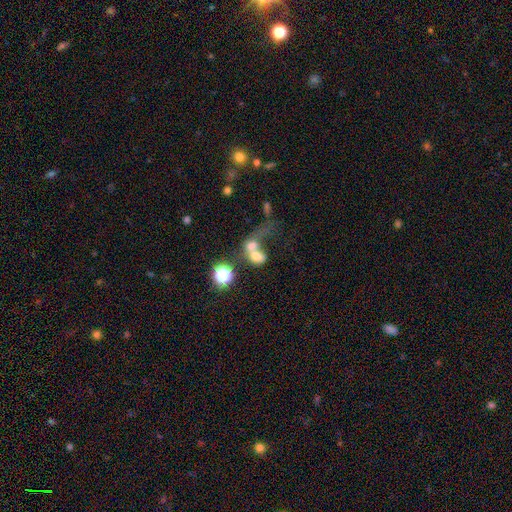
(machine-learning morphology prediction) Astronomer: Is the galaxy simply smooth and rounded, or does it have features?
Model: smooth — 60%.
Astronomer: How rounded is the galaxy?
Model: in between — 51% (runner-up: round, 47%).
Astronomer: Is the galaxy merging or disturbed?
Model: merger — 69%.